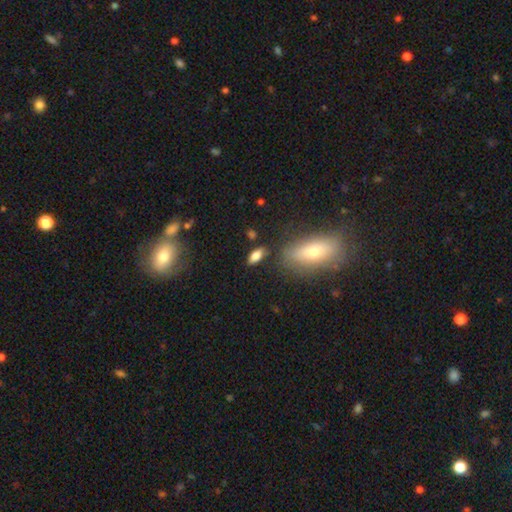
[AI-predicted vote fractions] Smooth or featured?
  - smooth: 80% *
  - featured or disk: 11%
  - star or artifact: 8%
How rounded?
  - in between: 83% *
  - cigar-shaped: 13%
  - round: 4%
Merging?
  - none: 79% *
  - minor disturbance: 12%
  - merger: 5%
  - major disturbance: 4%